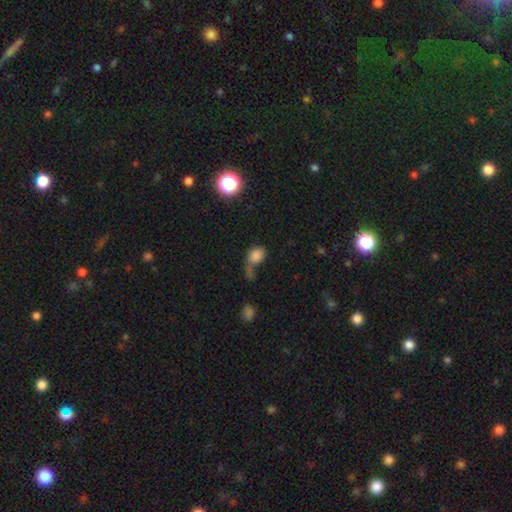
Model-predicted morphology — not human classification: Smooth or featured? Predicted: smooth (p=0.79). How rounded? Predicted: in between (p=0.58). Merging? Predicted: none (p=0.33).